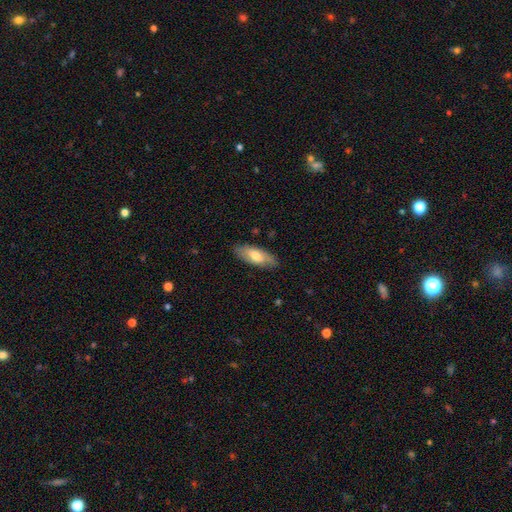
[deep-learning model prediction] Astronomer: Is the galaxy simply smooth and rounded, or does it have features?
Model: smooth — 63%.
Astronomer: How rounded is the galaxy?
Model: in between — 78%.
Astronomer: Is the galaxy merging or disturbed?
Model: none — 83%.